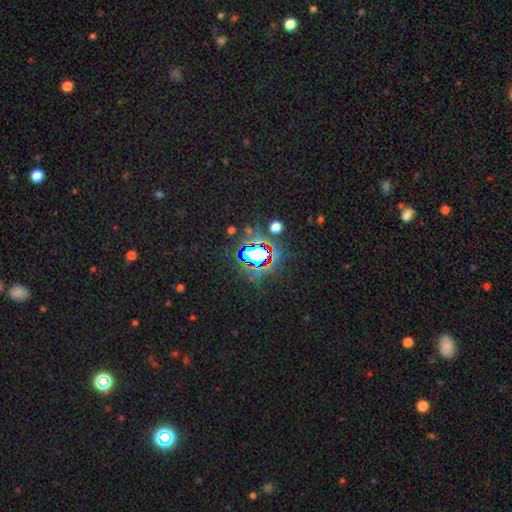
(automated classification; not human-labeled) This appears to be a star or artifact, not a galaxy (81%).